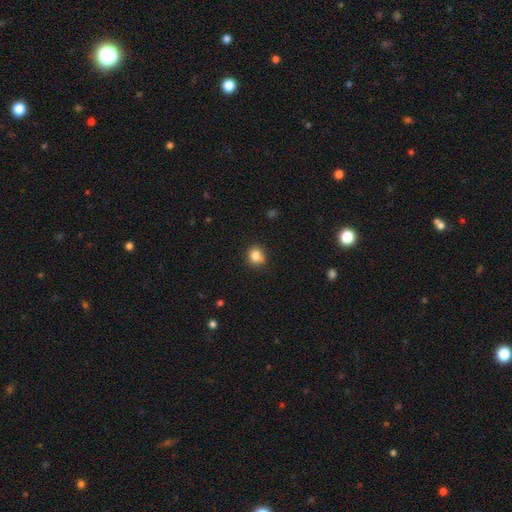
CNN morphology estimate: smooth_or_featured: smooth (p=0.83) [alt: star or artifact p=0.11]
how_rounded: round (p=0.79) [alt: in between p=0.20]
merging: none (p=0.77) [alt: minor disturbance p=0.17]